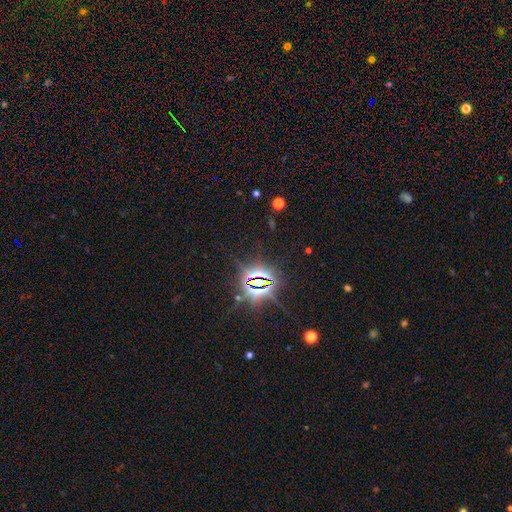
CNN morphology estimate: smooth_or_featured: star or artifact (p=0.85) [alt: smooth p=0.08]